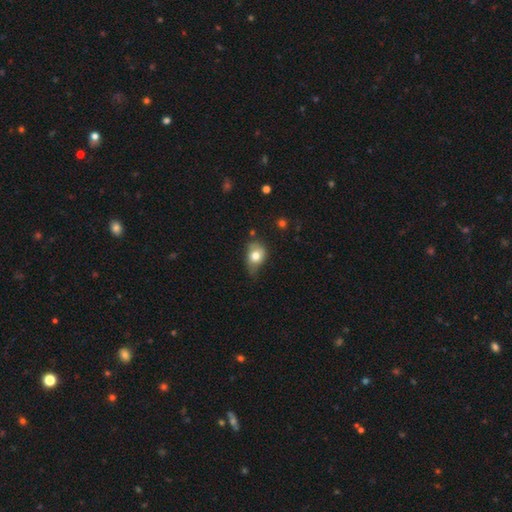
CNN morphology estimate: Overall: smooth (74%). How rounded: in between (59%; round 40%). Merging: minor disturbance (44%; none 36%).